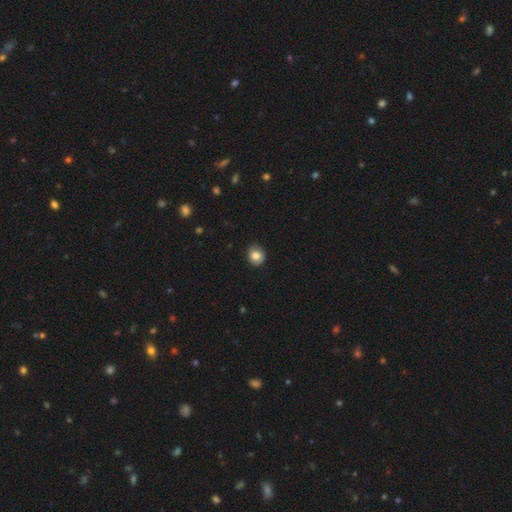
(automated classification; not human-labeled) A smooth galaxy with no disk features (81%) that is round (76%). Merging: none (85%).